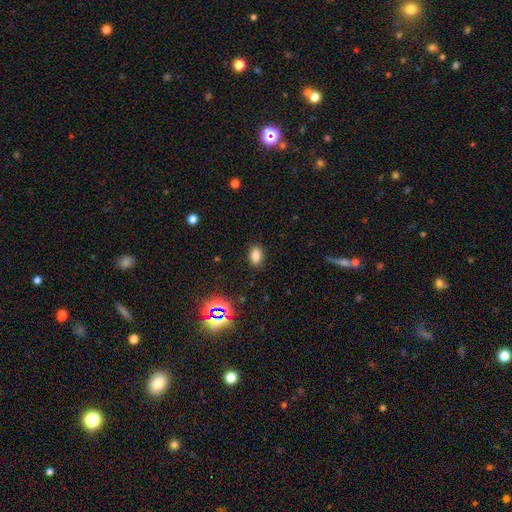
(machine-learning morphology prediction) Smooth or featured? smooth (80%)
How rounded? in between (86%)
Merging? none (87%)